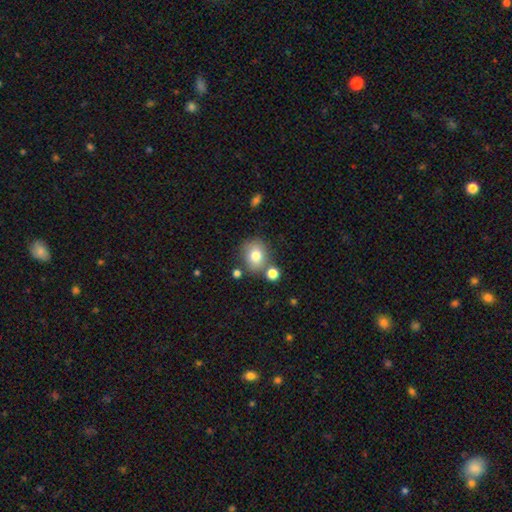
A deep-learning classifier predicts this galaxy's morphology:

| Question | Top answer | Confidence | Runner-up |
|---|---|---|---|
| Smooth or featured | smooth | 77% | featured or disk (12%) |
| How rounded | round | 68% | in between (31%) |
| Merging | none | 70% | minor disturbance (13%) |